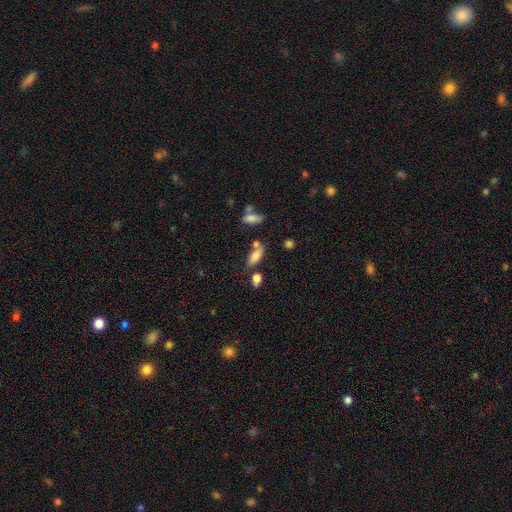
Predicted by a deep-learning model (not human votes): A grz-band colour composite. It shows a smooth galaxy with no disk features (80%) that is in between round and cigar-shaped (77%). Merging: none (53%).